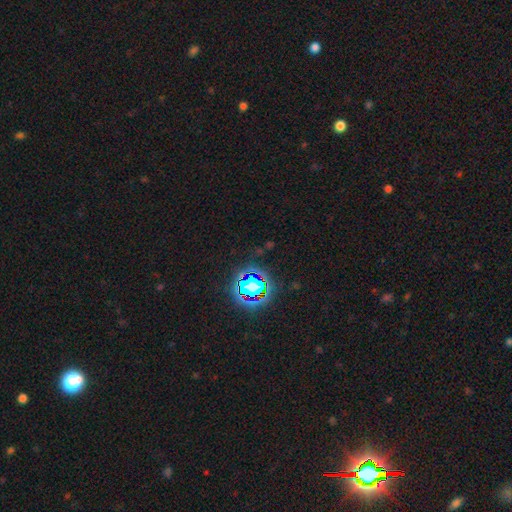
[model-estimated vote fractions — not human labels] smooth-or-featured: star or artifact: 78% | smooth: 14% | featured or disk: 8%